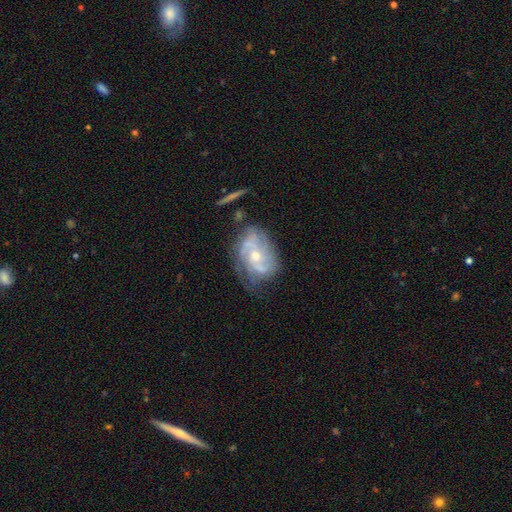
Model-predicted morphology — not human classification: Smooth or featured? featured or disk (81%)
Edge-on disk? no (97%)
Bar? no (65%)
Spiral arms? yes (88%)
Spiral winding? tight (43%)
Spiral arm count? 2 (33%)
Bulge size? moderate (52%)
Merging? none (55%)